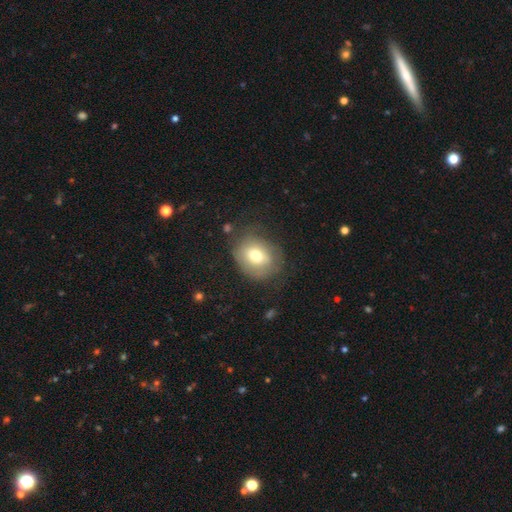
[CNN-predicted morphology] Smooth or featured? smooth (68%)
How rounded? round (56%)
Merging? none (63%)